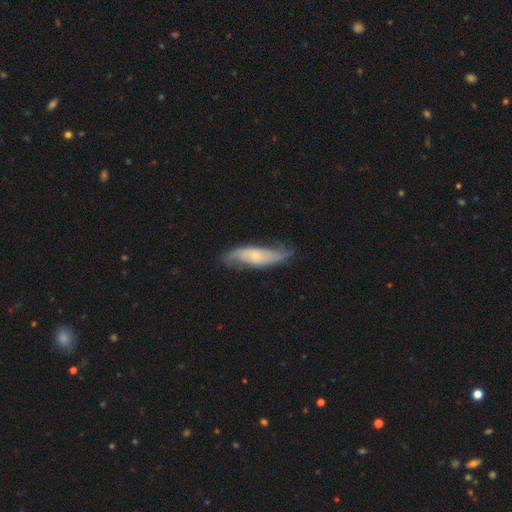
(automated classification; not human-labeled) A featured or disk galaxy (68%) with no bar (70%), spiral arms (89%) and a small central bulge (73%). Merging: none (71%).